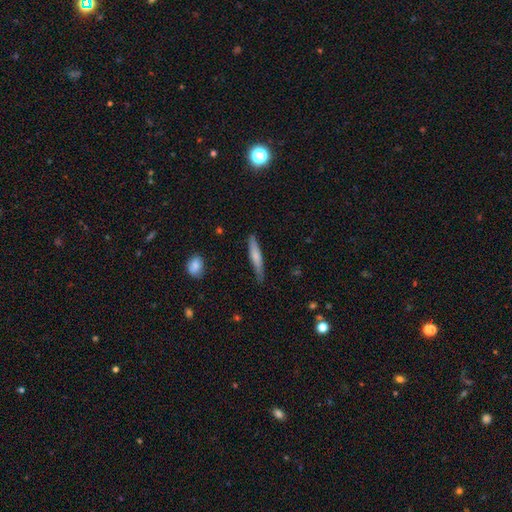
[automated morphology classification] type=smooth (66%); roundness=cigar-shaped (89%); merging=none (75%).